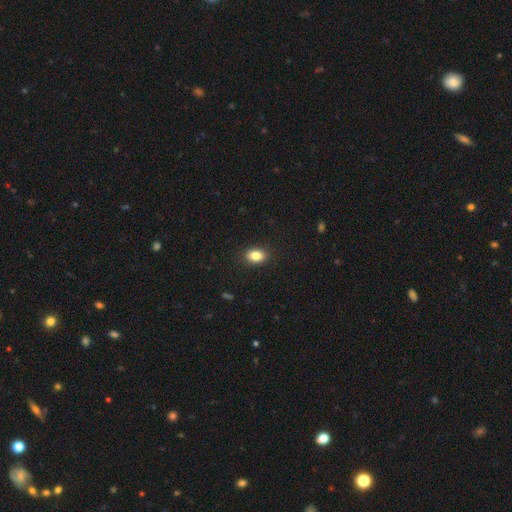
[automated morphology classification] Q: Smooth or featured?
A: smooth (85%); runner-up: star or artifact (9%)
Q: How rounded?
A: in between (79%); runner-up: round (20%)
Q: Merging?
A: none (89%); runner-up: minor disturbance (8%)